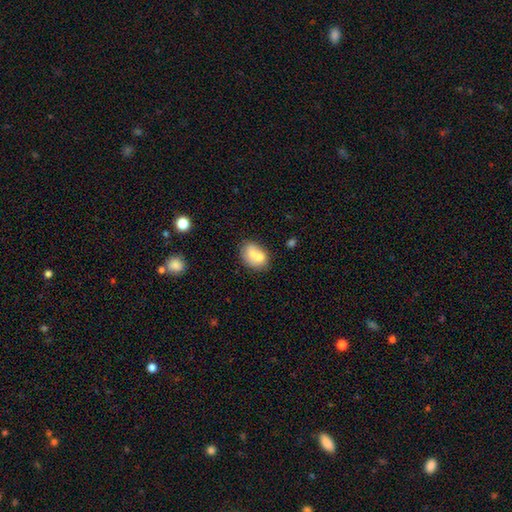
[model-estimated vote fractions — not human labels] Smooth or featured: smooth — 71% (featured or disk — 21%)
How rounded: in between — 73% (round — 26%)
Merging: merger — 41% (none — 38%)